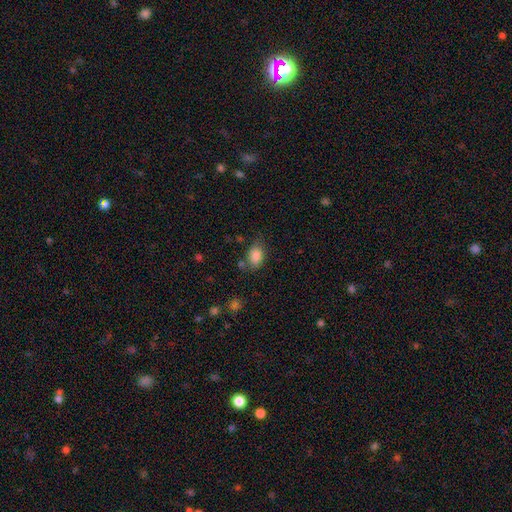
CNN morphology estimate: A smooth galaxy with no disk features (86%) that is in between round and cigar-shaped (78%).

Vote fractions:
- Smooth or featured? smooth: 86% / star or artifact: 9% / featured or disk: 6%
- How rounded? in between: 78% / round: 21% / cigar-shaped: 1%
- Merging? none: 67% / minor disturbance: 21% / major disturbance: 6% / merger: 5%